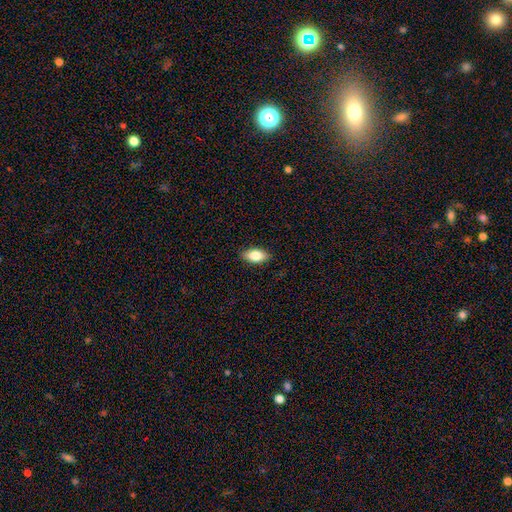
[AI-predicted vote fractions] Morphology: type=smooth (81%); roundness=in between (91%); merging=none (88%).